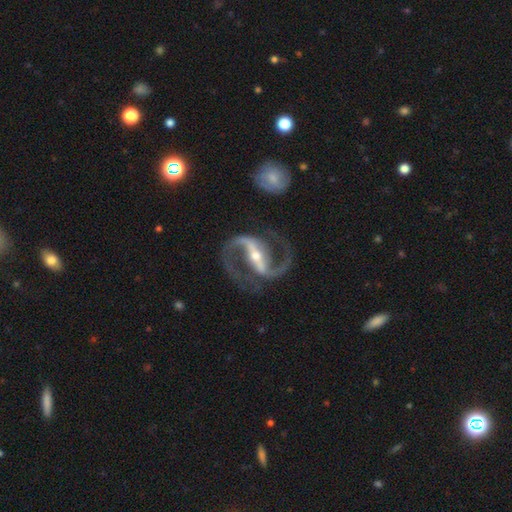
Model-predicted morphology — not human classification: This is clearly a featured or disk galaxy (94%). It is clearly not viewed edge-on (97%). Bar: likely strong (79%). Spiral arm pattern: clearly yes (98%). Spiral arm count: clearly 2 (95%). Spiral winding: likely medium (62%). Central bulge: possibly small (51%). Merging: clearly none (80%).